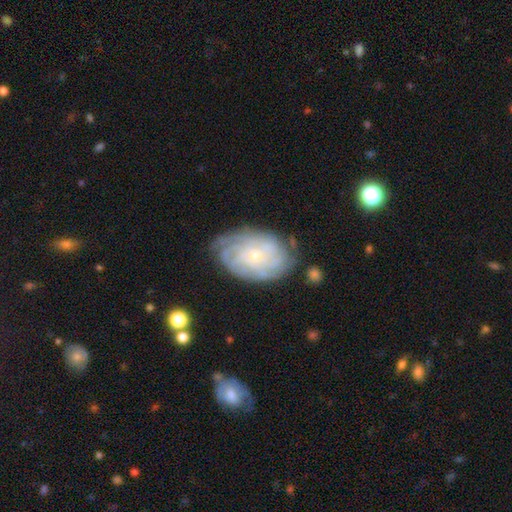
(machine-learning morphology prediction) A featured or disk galaxy (80%) with no bar (79%), tight (76%) spiral arms (93%) and a small central bulge (74%). Merging: none (73%).